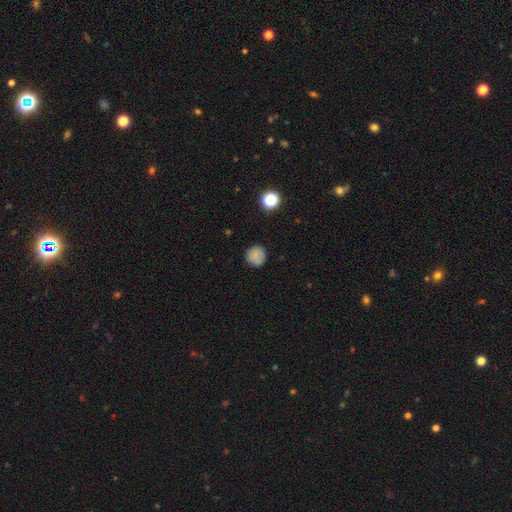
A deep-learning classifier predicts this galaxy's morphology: The model was most divided on "merging": none: 79%, minor disturbance: 15%, major disturbance: 4%, merger: 2%. More confident: how rounded — round (91%); smooth or featured — smooth (79%).